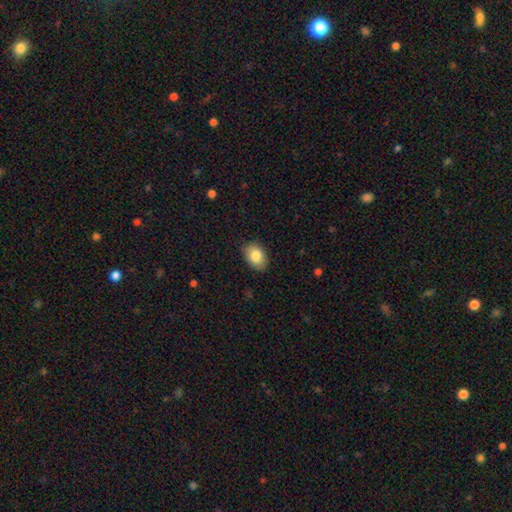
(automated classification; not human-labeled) The model was most divided on "how rounded": in between: 81%, round: 18%, cigar-shaped: 1%. More confident: merging — none (85%); smooth or featured — smooth (84%).